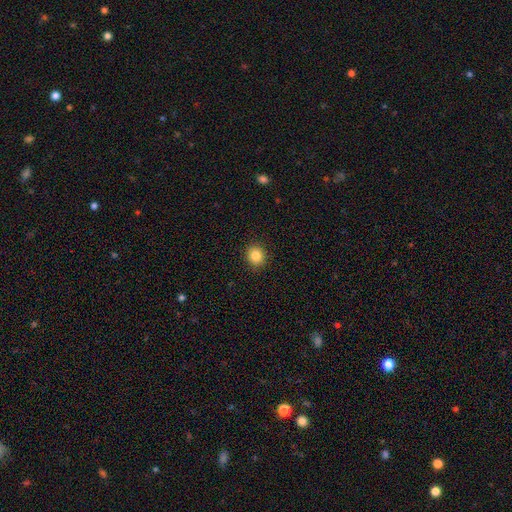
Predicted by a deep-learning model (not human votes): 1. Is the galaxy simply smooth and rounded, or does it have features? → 84% smooth, 11% star or artifact, 5% featured or disk.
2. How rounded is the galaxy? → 85% round, 14% in between, 1% cigar-shaped.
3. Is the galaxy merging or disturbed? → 92% none, 6% minor disturbance, 2% major disturbance, 1% merger.